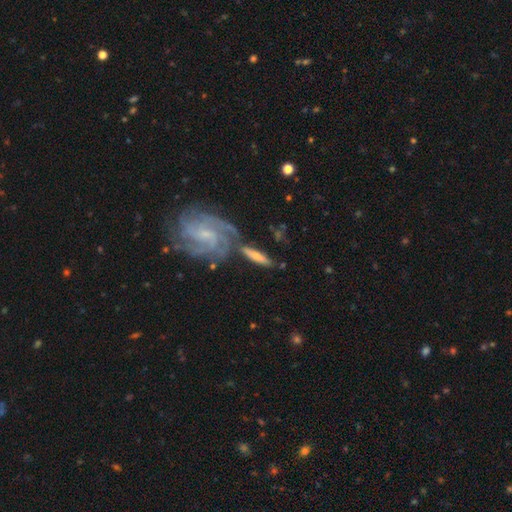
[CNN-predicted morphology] smooth_or_featured: featured or disk (p=0.65) [alt: smooth p=0.27]
disk_edge_on: no (p=0.72) [alt: yes p=0.28]
merging: none (p=0.61) [alt: merger p=0.18]